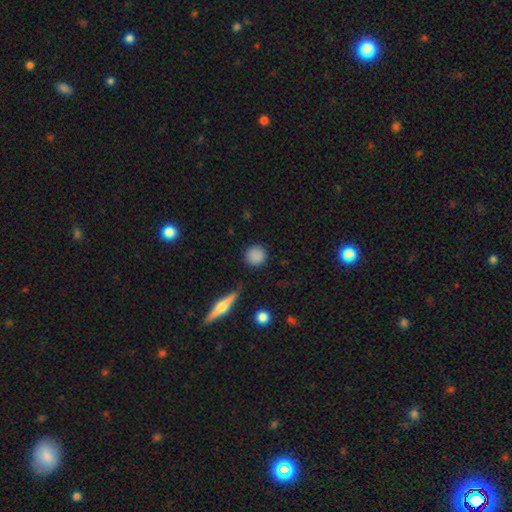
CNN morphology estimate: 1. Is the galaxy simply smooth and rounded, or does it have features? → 84% smooth, 9% star or artifact, 7% featured or disk.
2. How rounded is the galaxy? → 92% round, 6% in between, 2% cigar-shaped.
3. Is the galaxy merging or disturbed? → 86% none, 8% minor disturbance, 3% major disturbance, 2% merger.